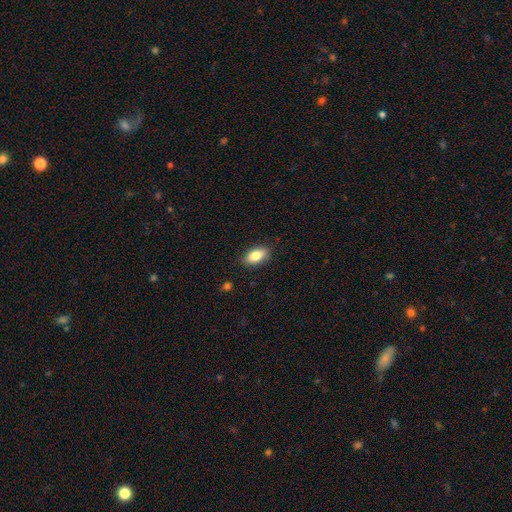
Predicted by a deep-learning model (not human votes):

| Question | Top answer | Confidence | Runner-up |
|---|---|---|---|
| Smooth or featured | smooth | 82% | featured or disk (11%) |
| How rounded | in between | 89% | round (6%) |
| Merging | none | 87% | minor disturbance (10%) |